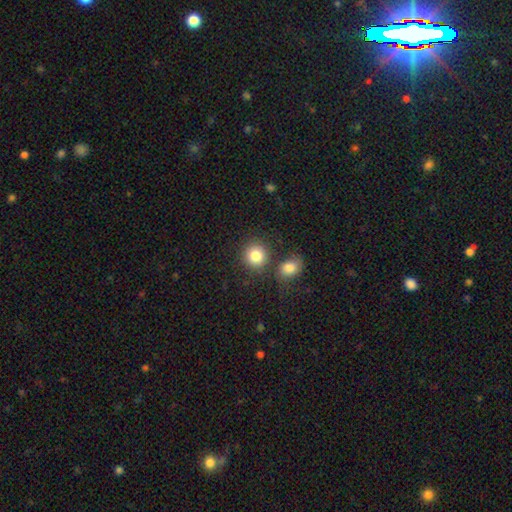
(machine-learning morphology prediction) type=smooth (84%); roundness=round (87%); merging=none (75%).